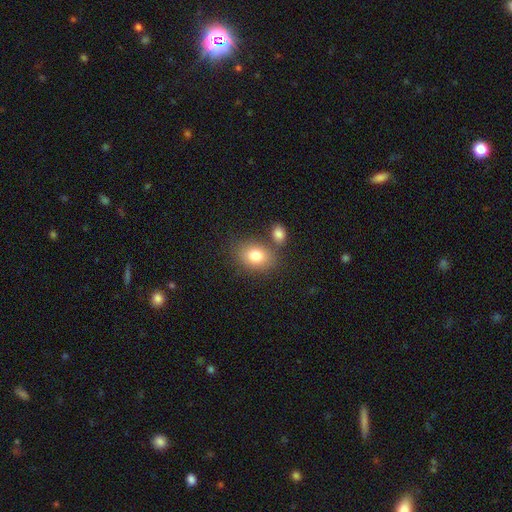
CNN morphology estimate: Smooth or featured? smooth (80%)
How rounded? in between (69%)
Merging? none (66%)